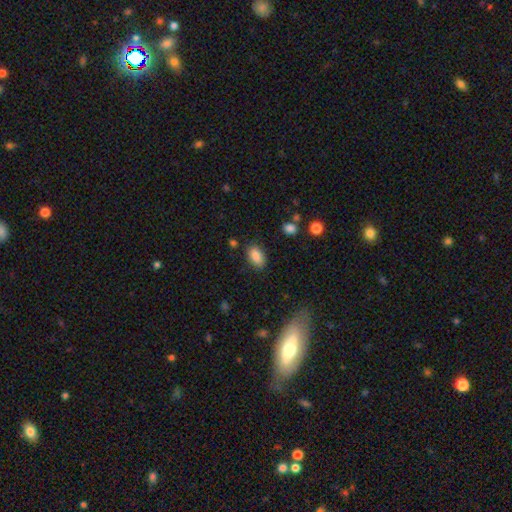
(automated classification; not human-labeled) This appears to be a smooth galaxy with no disk features (87%) that is in between round and cigar-shaped (91%). Merging: none (82%).